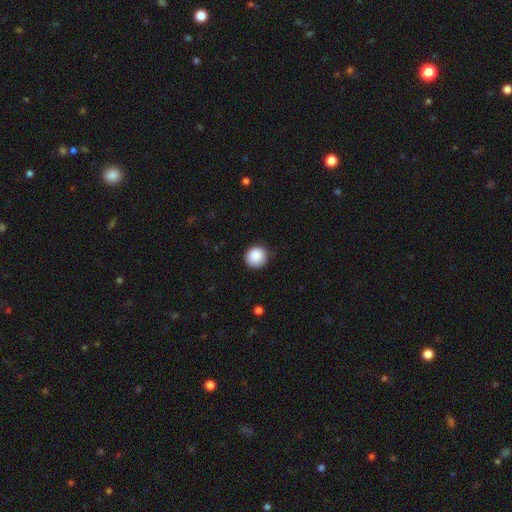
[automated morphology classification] This appears to be a smooth galaxy with no disk features (89%) that is round (92%). Merging: none (85%).